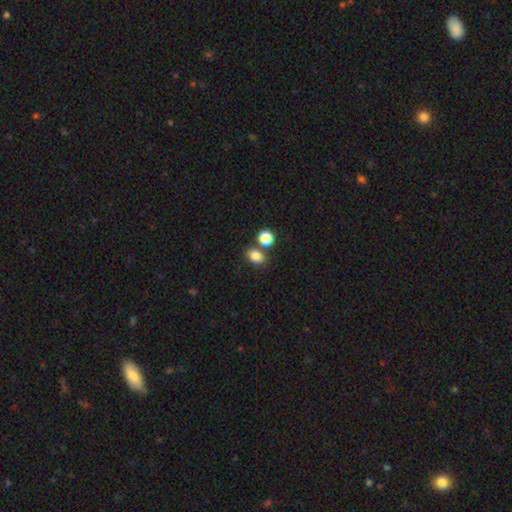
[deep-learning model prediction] smooth_or_featured: smooth (p=0.83) [alt: star or artifact p=0.11]
how_rounded: in between (p=0.57) [alt: round p=0.42]
merging: none (p=0.67) [alt: merger p=0.19]